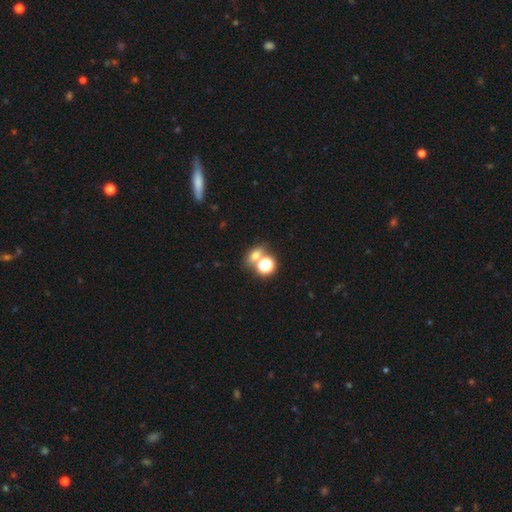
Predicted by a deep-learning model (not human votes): Smooth or featured: smooth — 63% (star or artifact — 25%)
How rounded: in between — 52% (round — 44%)
Merging: none — 54% (merger — 32%)